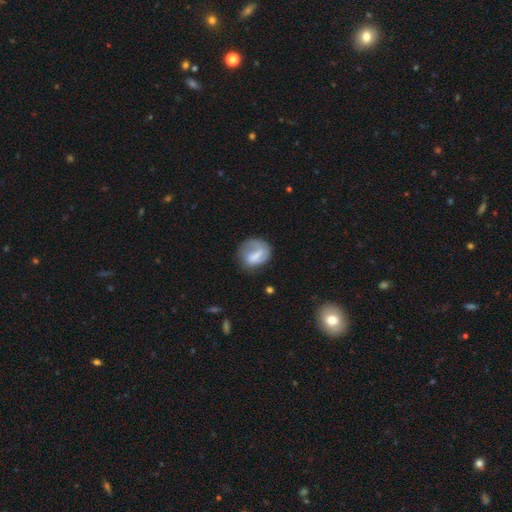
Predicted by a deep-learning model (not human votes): smooth_or_featured: smooth (p=0.54) [alt: featured or disk p=0.38]
how_rounded: round (p=0.62) [alt: in between p=0.36]
merging: none (p=0.49) [alt: minor disturbance p=0.26]